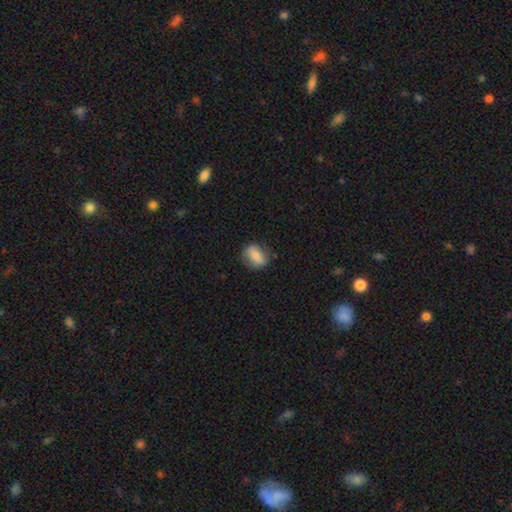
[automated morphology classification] This appears to be a smooth galaxy with no disk features (74%) that is in between round and cigar-shaped (68%). Merging: none (74%).